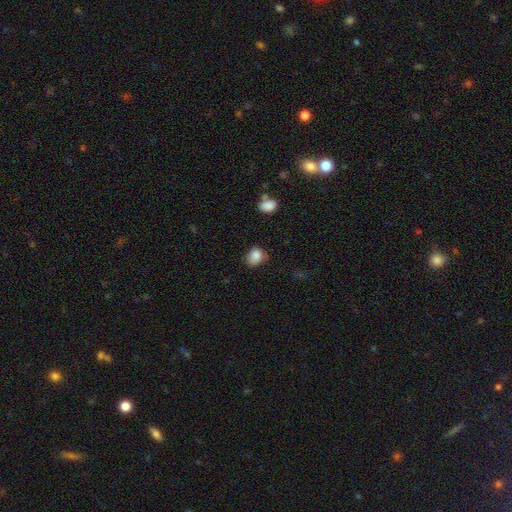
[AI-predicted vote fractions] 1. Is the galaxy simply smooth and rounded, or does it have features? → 85% smooth, 9% star or artifact, 5% featured or disk.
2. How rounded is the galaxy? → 54% round, 45% in between, 1% cigar-shaped.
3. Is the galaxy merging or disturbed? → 60% none, 30% minor disturbance, 7% major disturbance, 3% merger.